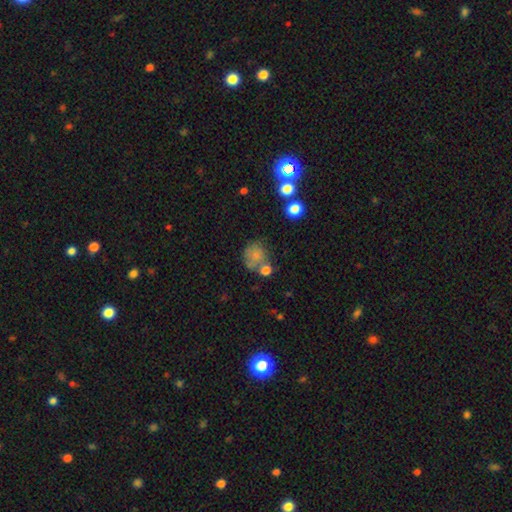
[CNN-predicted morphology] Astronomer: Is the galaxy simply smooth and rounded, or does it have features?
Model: smooth — 70%.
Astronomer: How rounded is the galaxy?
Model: round — 72%.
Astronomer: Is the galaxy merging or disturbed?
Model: none — 44% (runner-up: merger, 23%).